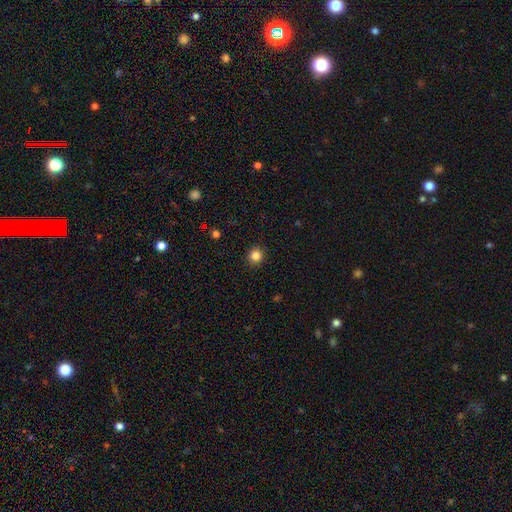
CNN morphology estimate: A smooth galaxy with no disk features (84%) that is round (91%). Merging: none (92%).